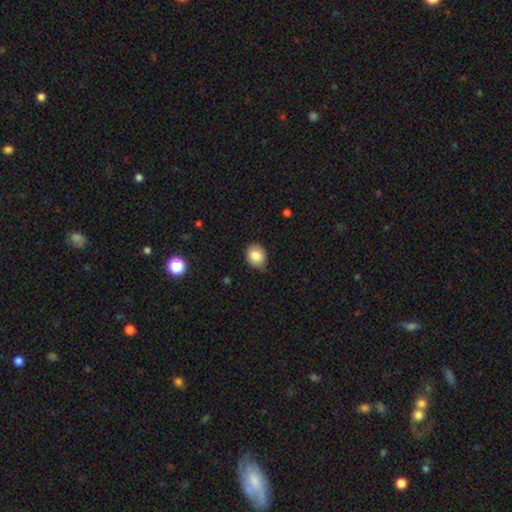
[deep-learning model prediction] smooth-or-featured: smooth: 83% | star or artifact: 9% | featured or disk: 8%
  how-rounded: round: 51% | in between: 48% | cigar-shaped: 1%
  merging: none: 78% | minor disturbance: 19% | major disturbance: 3% | merger: 1%